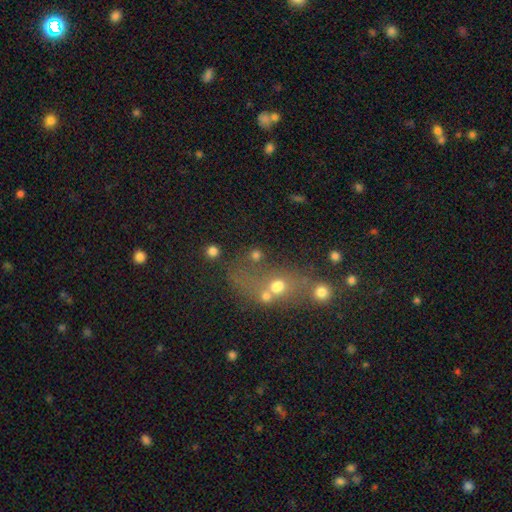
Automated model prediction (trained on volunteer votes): This is likely a smooth galaxy (62%). How rounded: likely round (70%). Merging: marginally none (44%).